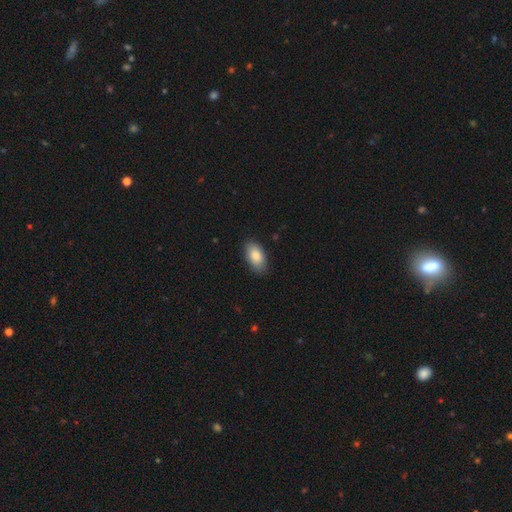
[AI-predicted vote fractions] A smooth galaxy with no disk features (87%) that is in between round and cigar-shaped (94%). Merging: none (84%).